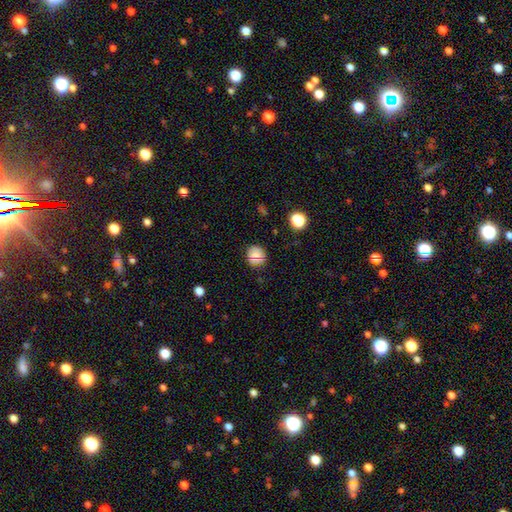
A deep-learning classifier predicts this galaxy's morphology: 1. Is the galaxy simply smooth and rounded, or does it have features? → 72% smooth, 15% featured or disk, 13% star or artifact.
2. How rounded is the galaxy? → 81% round, 18% in between, 1% cigar-shaped.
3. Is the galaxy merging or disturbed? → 81% none, 14% minor disturbance, 3% major disturbance, 2% merger.